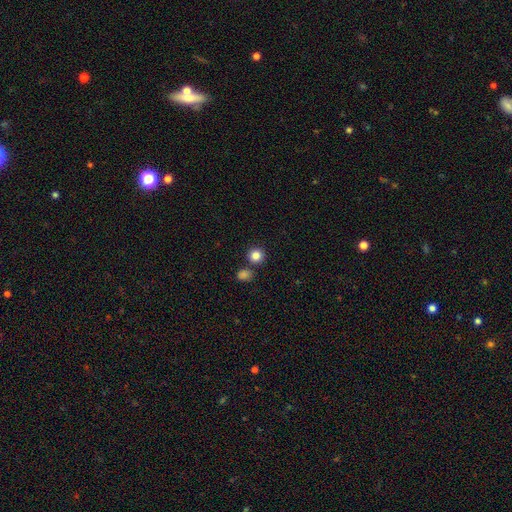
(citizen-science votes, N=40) Overall: smooth (82%). How rounded: round (97%). Merging: none (83%).